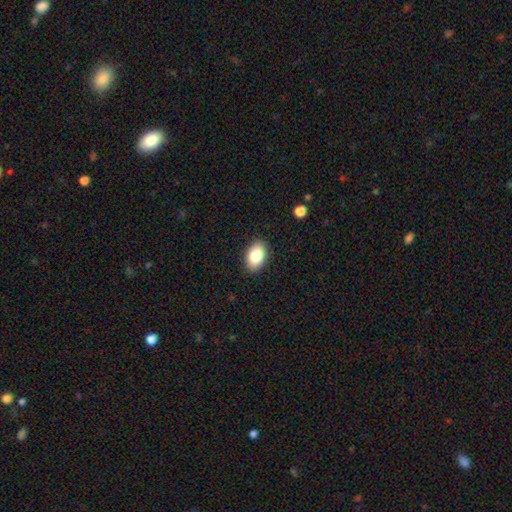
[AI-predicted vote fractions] Smooth or featured?
  - smooth: 84% *
  - featured or disk: 9%
  - star or artifact: 7%
How rounded?
  - in between: 91% *
  - round: 8%
  - cigar-shaped: 1%
Merging?
  - none: 89% *
  - minor disturbance: 8%
  - major disturbance: 2%
  - merger: 1%